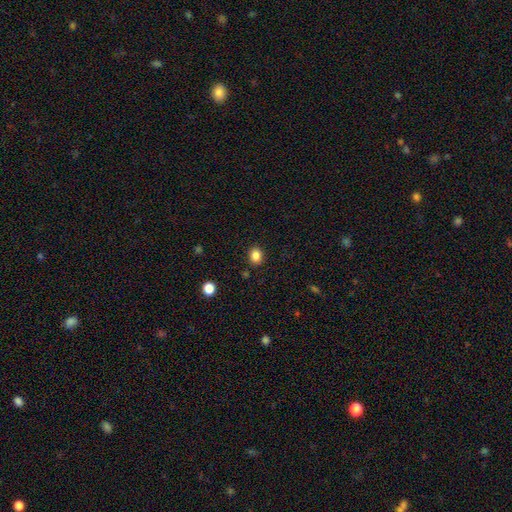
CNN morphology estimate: A smooth galaxy with no disk features (85%) that is round (55%).

Vote fractions:
- Smooth or featured? smooth: 85% / star or artifact: 11% / featured or disk: 4%
- How rounded? round: 55% / in between: 45% / cigar-shaped: 1%
- Merging? none: 87% / minor disturbance: 8% / major disturbance: 2% / merger: 2%